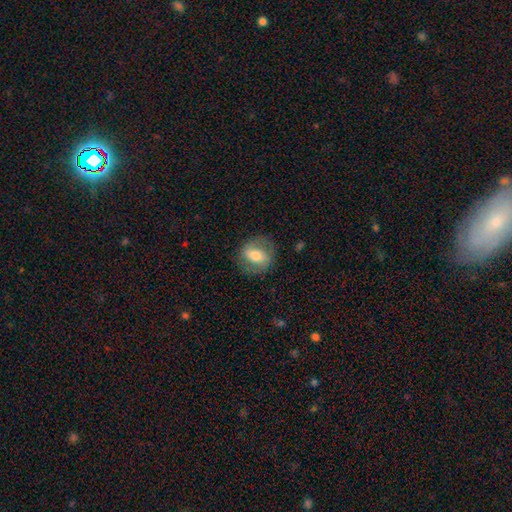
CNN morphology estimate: Smooth or featured? smooth (53%)
How rounded? round (56%)
Merging? none (78%)